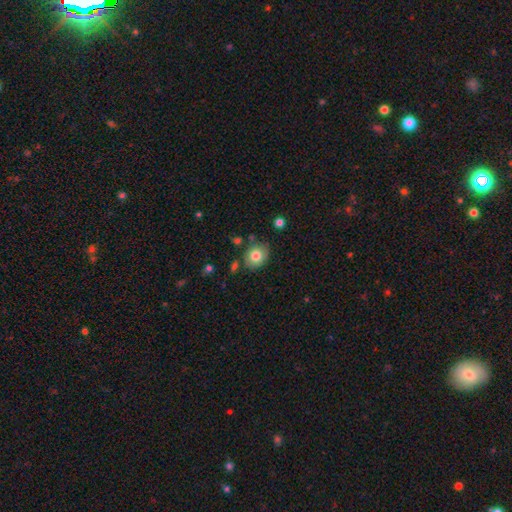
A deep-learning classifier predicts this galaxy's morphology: Smooth or featured?
  - smooth: 79% *
  - featured or disk: 12%
  - star or artifact: 9%
How rounded?
  - round: 64% *
  - in between: 36%
  - cigar-shaped: 1%
Merging?
  - none: 80% *
  - minor disturbance: 13%
  - merger: 5%
  - major disturbance: 3%